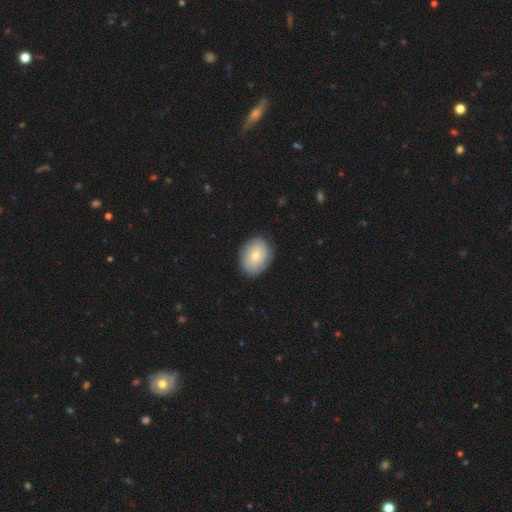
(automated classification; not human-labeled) This appears to be a smooth galaxy with no disk features (67%) that is in between round and cigar-shaped (61%). Merging: none (83%).